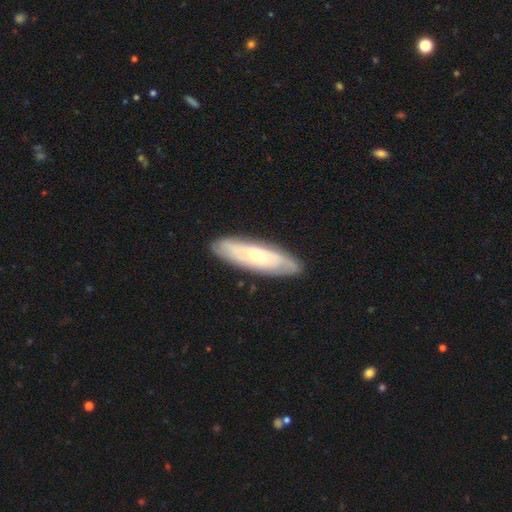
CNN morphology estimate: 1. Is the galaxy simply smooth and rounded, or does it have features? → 60% featured or disk, 35% smooth, 6% star or artifact.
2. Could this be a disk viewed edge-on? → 67% no, 33% yes.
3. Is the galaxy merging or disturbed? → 86% none, 11% minor disturbance, 2% major disturbance, 1% merger.